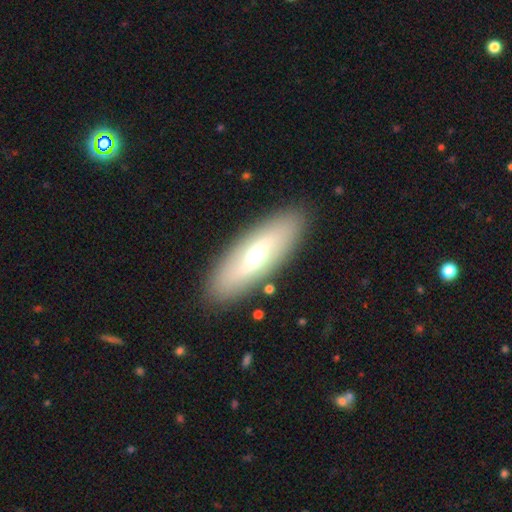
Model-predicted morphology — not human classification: Smooth or featured? featured or disk (57%)
Edge-on disk? no (69%)
Merging? none (89%)